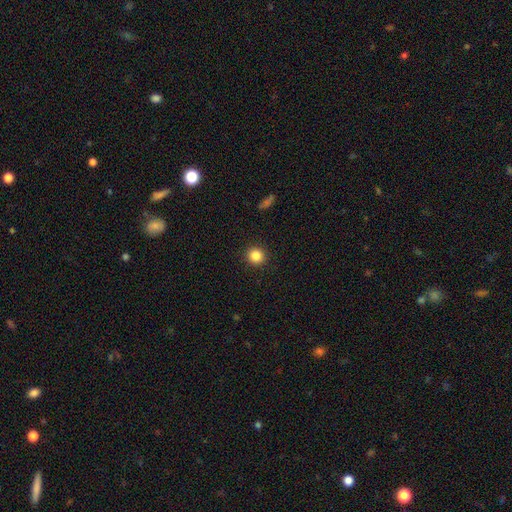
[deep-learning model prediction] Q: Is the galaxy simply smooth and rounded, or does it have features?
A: smooth — 84%.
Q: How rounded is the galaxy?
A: round — 93%.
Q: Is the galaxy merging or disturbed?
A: none — 92%.